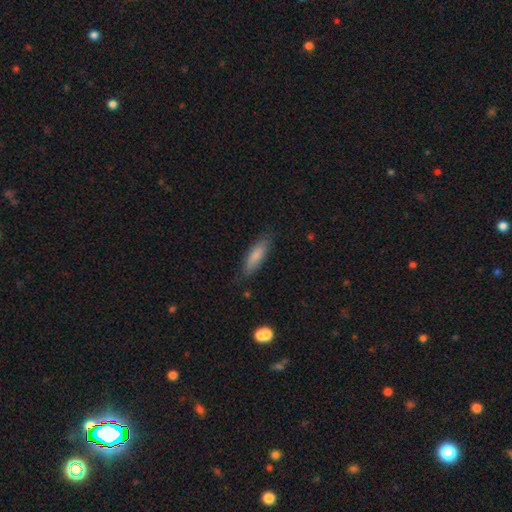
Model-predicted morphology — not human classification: smooth 78%, featured or disk 16%, star or artifact 7%. Down the decision tree: how rounded — cigar-shaped (58%); merging — none (80%).